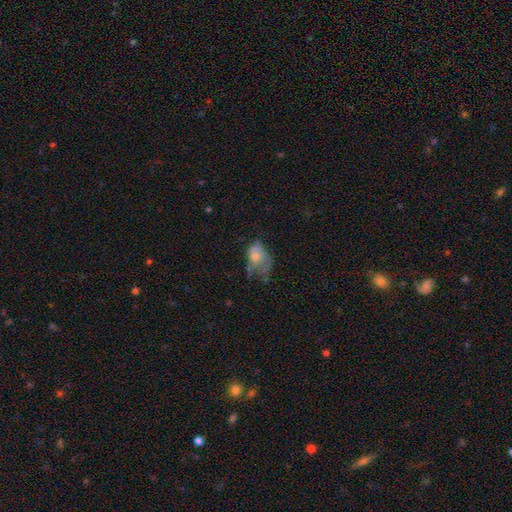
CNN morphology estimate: Smooth or featured? Predicted: smooth (p=0.48). Merging? Predicted: major disturbance (p=0.40).